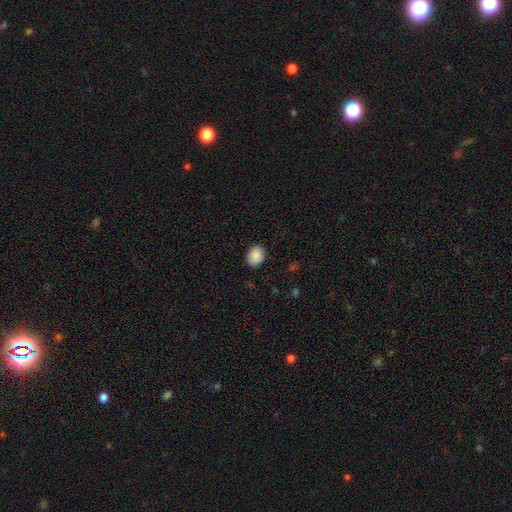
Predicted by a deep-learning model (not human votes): Q: Smooth or featured?
A: smooth (88%); runner-up: star or artifact (8%)
Q: How rounded?
A: in between (54%); runner-up: round (45%)
Q: Merging?
A: none (86%); runner-up: minor disturbance (10%)